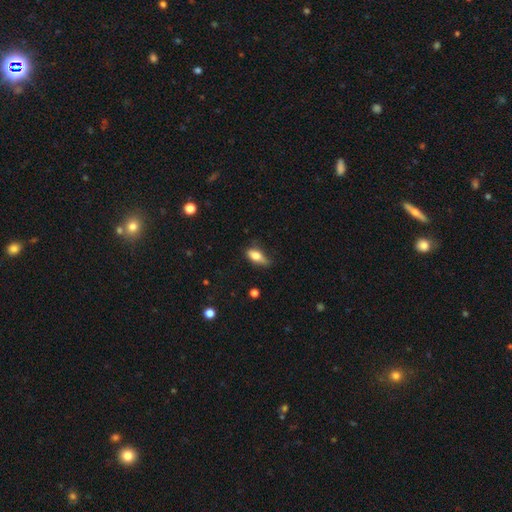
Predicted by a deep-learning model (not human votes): Overall: smooth (75%). How rounded: in between (80%). Merging: none (51%; minor disturbance 36%).